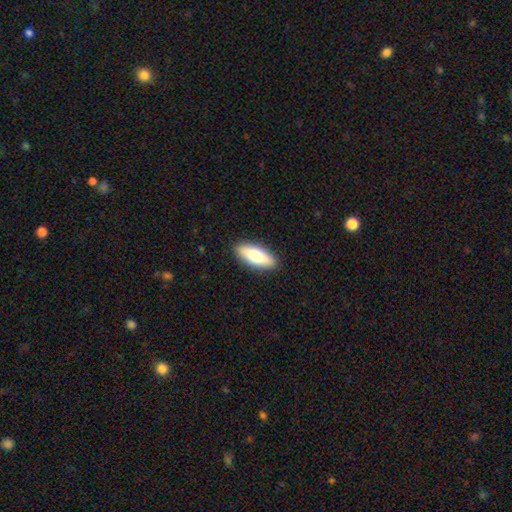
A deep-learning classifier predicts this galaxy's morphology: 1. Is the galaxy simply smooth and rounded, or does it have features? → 73% smooth, 21% featured or disk, 6% star or artifact.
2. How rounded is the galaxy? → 75% in between, 23% cigar-shaped, 2% round.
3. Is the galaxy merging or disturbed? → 90% none, 7% minor disturbance, 2% major disturbance, 1% merger.